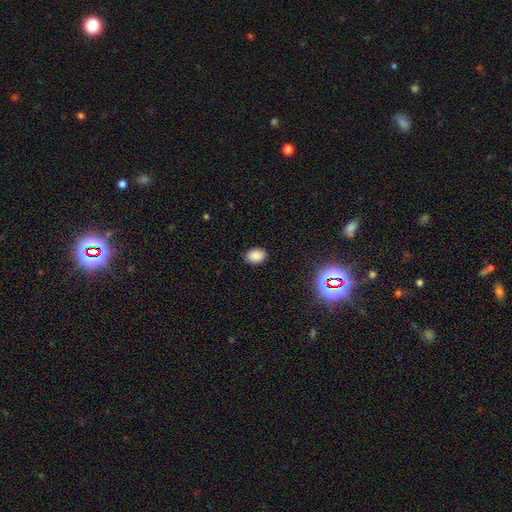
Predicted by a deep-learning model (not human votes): The model was most divided on "how rounded": in between: 73%, round: 26%, cigar-shaped: 1%. More confident: merging — none (89%); smooth or featured — smooth (86%).